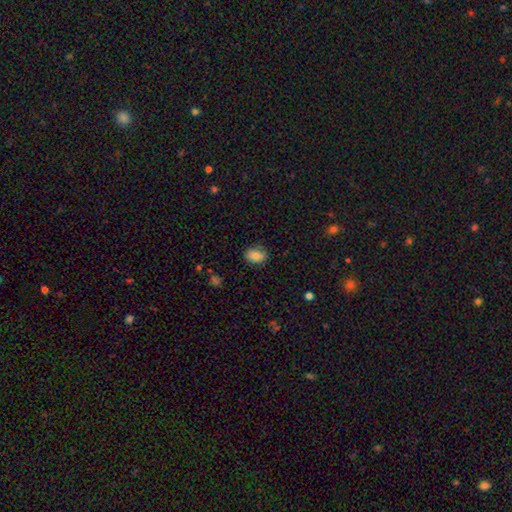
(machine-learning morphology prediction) smooth-or-featured: smooth: 79% | featured or disk: 12% | star or artifact: 9%
  how-rounded: in between: 71% | round: 27% | cigar-shaped: 1%
  merging: none: 84% | minor disturbance: 12% | major disturbance: 3% | merger: 1%